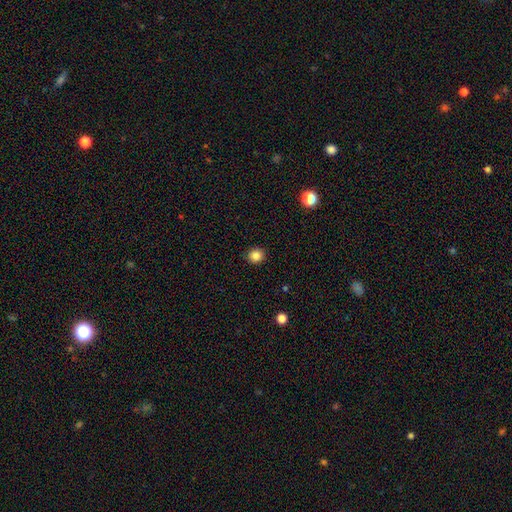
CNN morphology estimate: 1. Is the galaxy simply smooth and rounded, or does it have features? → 84% smooth, 11% star or artifact, 4% featured or disk.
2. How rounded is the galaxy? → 88% round, 11% in between, 1% cigar-shaped.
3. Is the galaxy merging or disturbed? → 91% none, 6% minor disturbance, 2% major disturbance, 1% merger.